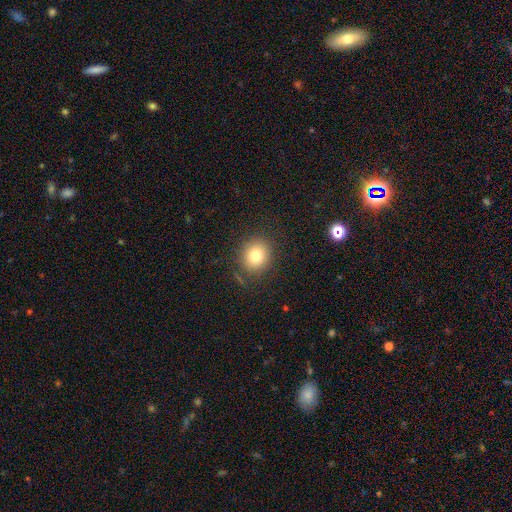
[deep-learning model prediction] A smooth galaxy with no disk features (78%) that is round (83%). Merging: none (85%).